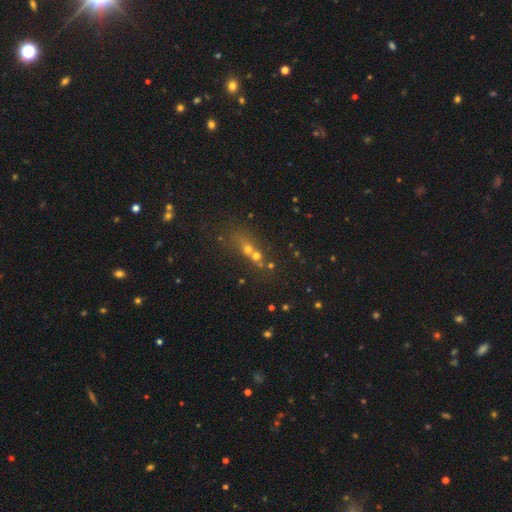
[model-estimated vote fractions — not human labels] Overall: smooth (45%; star or artifact 29%). Merging: merger (52%; none 32%).